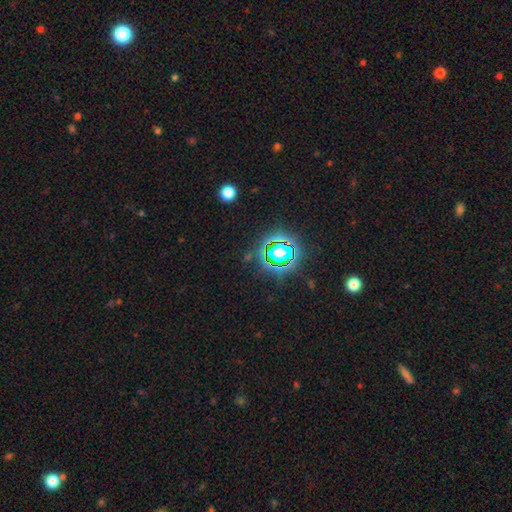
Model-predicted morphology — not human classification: Smooth or featured?
  - star or artifact: 79% *
  - smooth: 14%
  - featured or disk: 8%